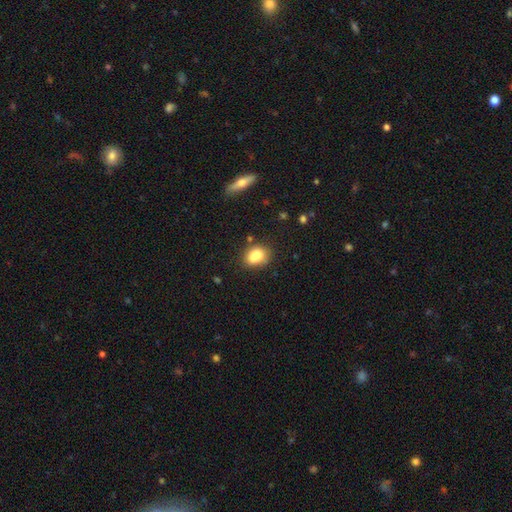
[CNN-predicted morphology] Smooth or featured? Predicted: smooth (p=0.82). How rounded? Predicted: in between (p=0.66). Merging? Predicted: none (p=0.68).